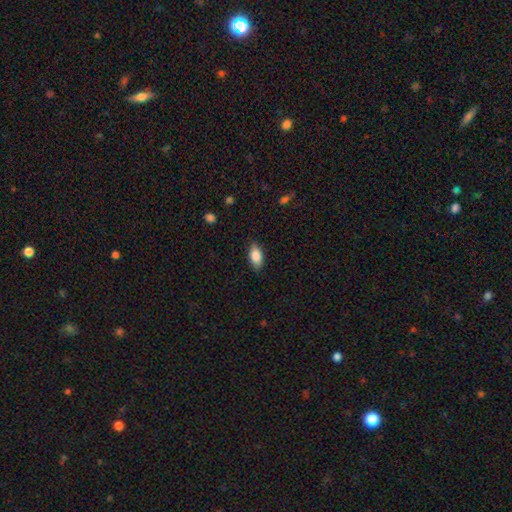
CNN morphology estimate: A smooth galaxy with no disk features (83%) that is in between round and cigar-shaped (89%). Merging: none (85%).